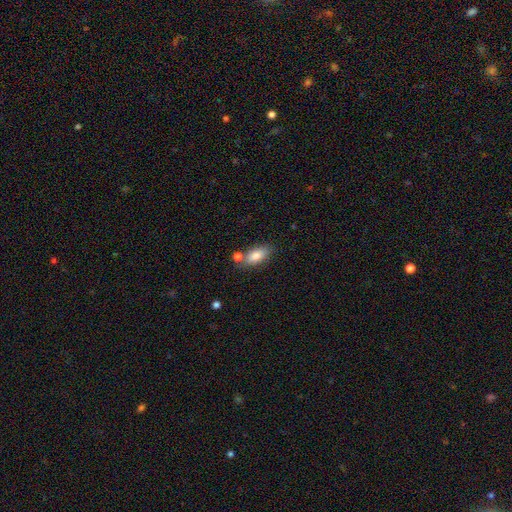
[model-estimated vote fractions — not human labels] smooth 83%, featured or disk 10%, star or artifact 7%. Down the decision tree: how rounded — in between (84%); merging — none (67%).